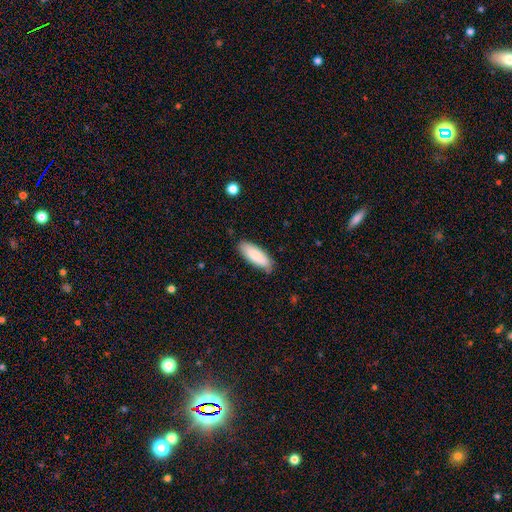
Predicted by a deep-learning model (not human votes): A smooth galaxy with no disk features (86%) that is in between round and cigar-shaped (70%). Merging: none (80%).